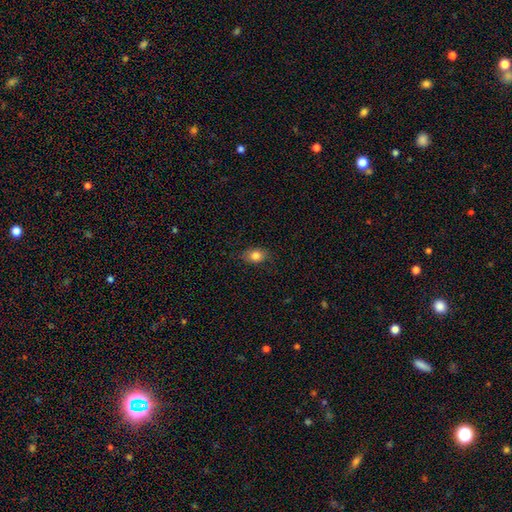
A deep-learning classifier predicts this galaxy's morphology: Overall: smooth (82%). How rounded: in between (70%). Merging: none (82%).